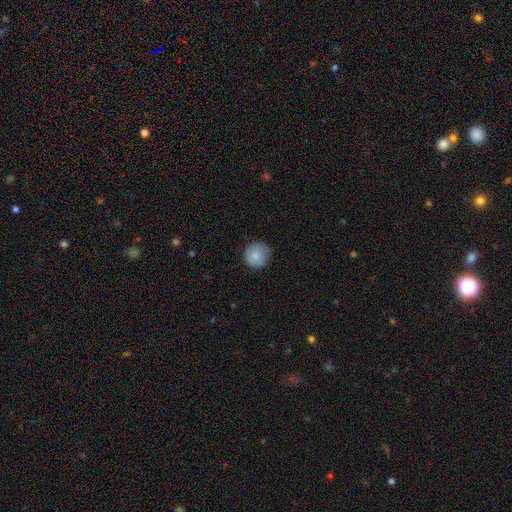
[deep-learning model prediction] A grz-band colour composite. It shows a smooth galaxy with no disk features (86%) that is round (94%). Merging: none (87%).